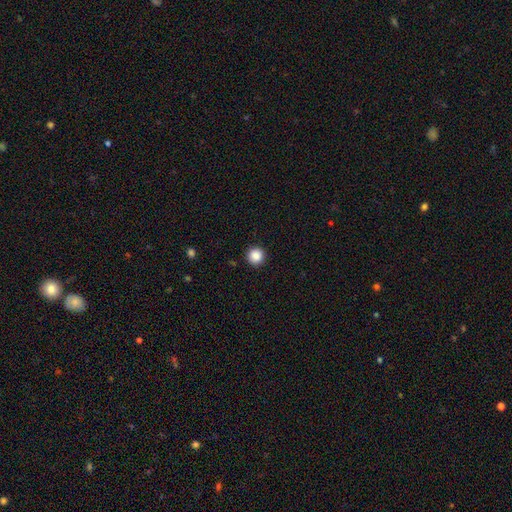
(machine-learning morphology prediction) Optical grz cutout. It shows a smooth galaxy with no disk features (88%) that is round (96%). Merging: none (93%).